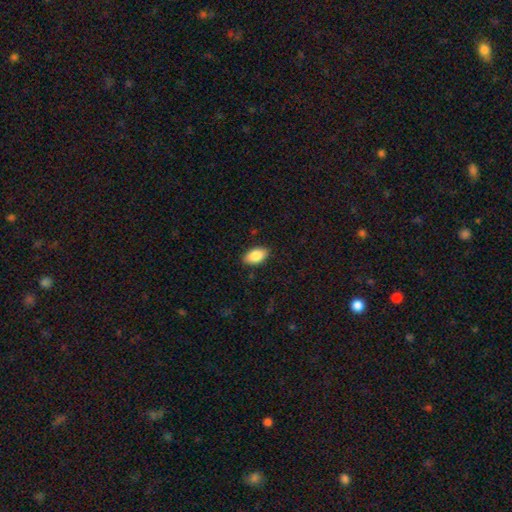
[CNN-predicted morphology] A smooth galaxy with no disk features (86%) that is in between round and cigar-shaped (94%).

Vote fractions:
- Smooth or featured? smooth: 86% / featured or disk: 7% / star or artifact: 7%
- How rounded? in between: 94% / round: 4% / cigar-shaped: 2%
- Merging? none: 87% / minor disturbance: 10% / major disturbance: 2% / merger: 1%